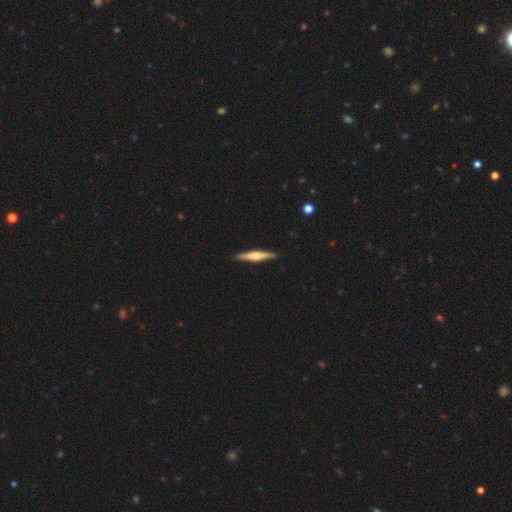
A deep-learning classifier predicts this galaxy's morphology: Smooth or featured? featured or disk (58%)
Edge-on disk? yes (97%)
Edge-on bulge? rounded (76%)
Merging? none (91%)